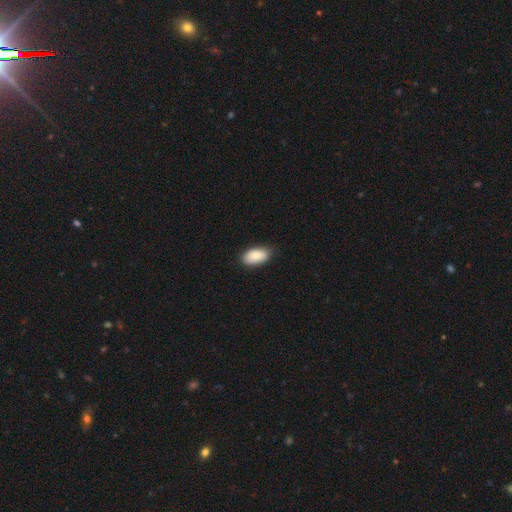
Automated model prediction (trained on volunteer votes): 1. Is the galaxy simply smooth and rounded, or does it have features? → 84% smooth, 9% featured or disk, 6% star or artifact.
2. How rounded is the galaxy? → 94% in between, 4% round, 2% cigar-shaped.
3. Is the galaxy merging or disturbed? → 83% none, 14% minor disturbance, 2% major disturbance, 1% merger.